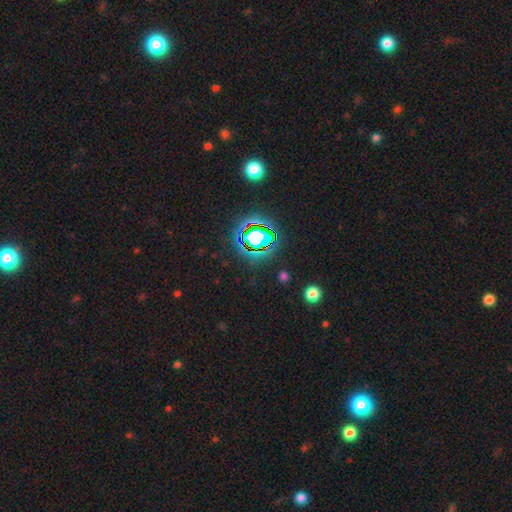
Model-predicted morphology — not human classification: Q: Smooth or featured?
A: star or artifact (81%); runner-up: smooth (12%)